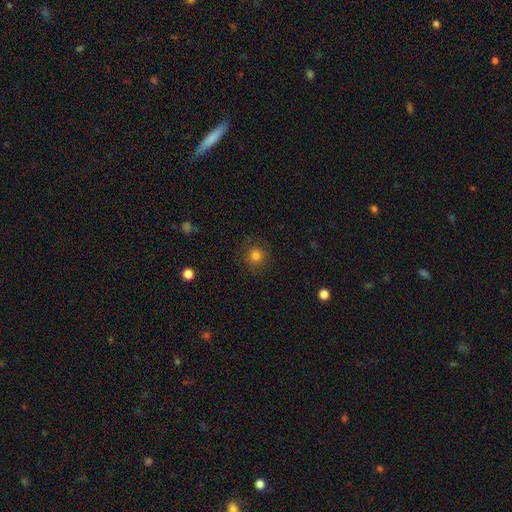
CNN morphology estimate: smooth_or_featured: smooth (p=0.81) [alt: star or artifact p=0.13]
how_rounded: round (p=0.94) [alt: in between p=0.05]
merging: none (p=0.89) [alt: minor disturbance p=0.07]